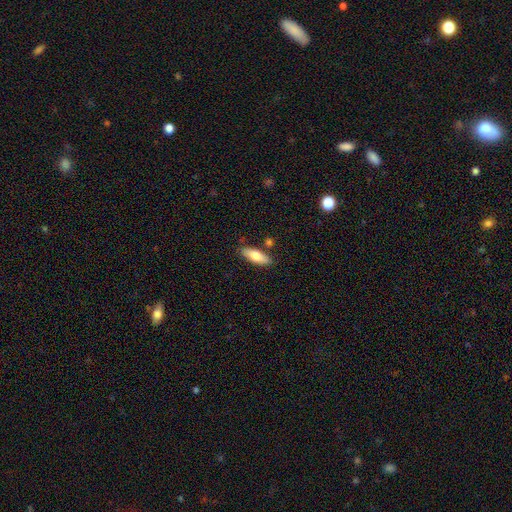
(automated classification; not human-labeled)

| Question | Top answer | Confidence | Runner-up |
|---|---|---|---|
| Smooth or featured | smooth | 74% | featured or disk (20%) |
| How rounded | in between | 63% | cigar-shaped (35%) |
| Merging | none | 82% | minor disturbance (11%) |